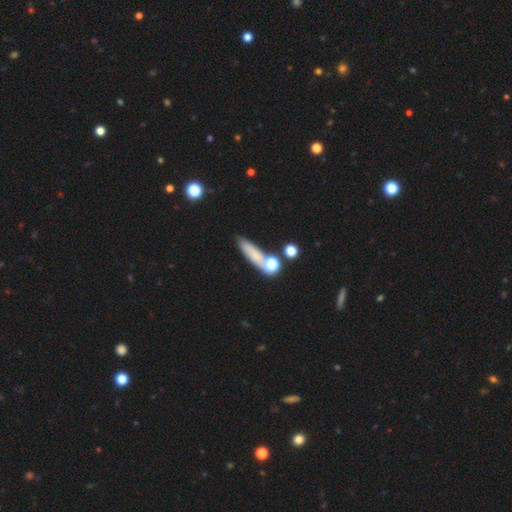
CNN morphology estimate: smooth 68%, featured or disk 18%, star or artifact 14%. Down the decision tree: how rounded — cigar-shaped (59%); merging — none (59%).